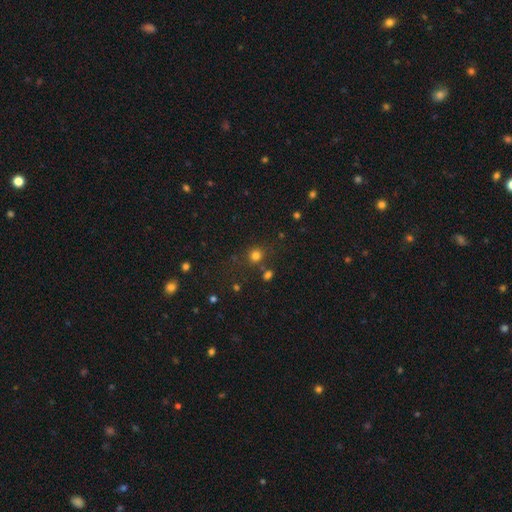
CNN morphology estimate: Smooth or featured?
  - smooth: 77% *
  - star or artifact: 18%
  - featured or disk: 6%
How rounded?
  - round: 88% *
  - in between: 11%
  - cigar-shaped: 1%
Merging?
  - none: 76% *
  - minor disturbance: 10%
  - merger: 10%
  - major disturbance: 4%